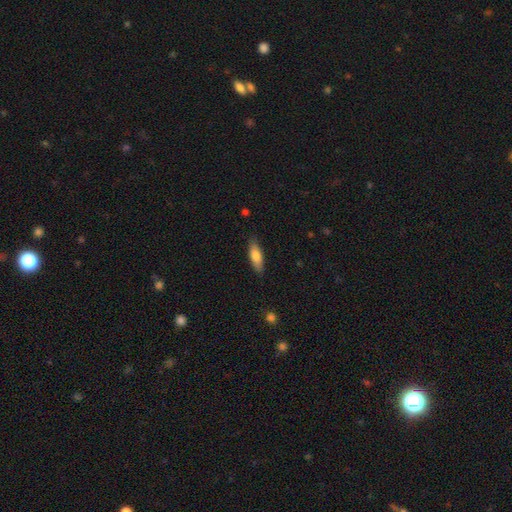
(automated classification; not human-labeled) This appears to be a smooth galaxy with no disk features (76%) that is in between round and cigar-shaped (55%). Merging: none (85%).